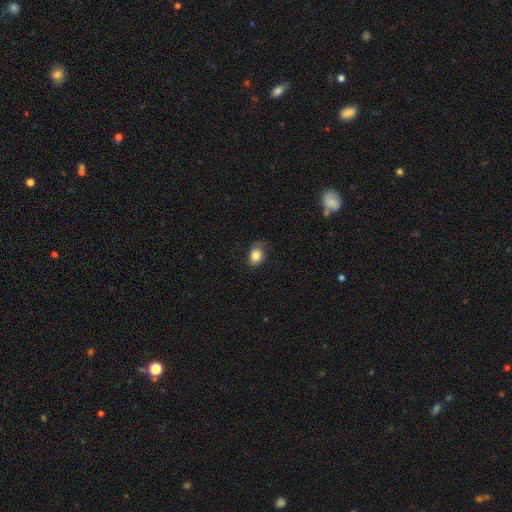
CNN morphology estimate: Smooth or featured? smooth (80%)
How rounded? in between (58%)
Merging? none (63%)